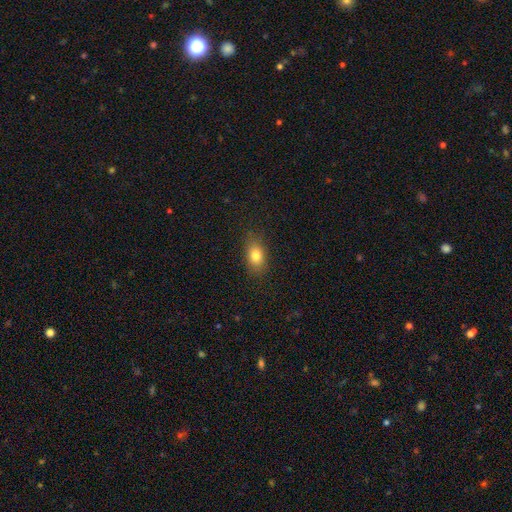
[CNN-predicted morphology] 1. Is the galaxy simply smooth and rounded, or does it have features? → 81% smooth, 10% star or artifact, 9% featured or disk.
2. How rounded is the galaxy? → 81% in between, 15% round, 4% cigar-shaped.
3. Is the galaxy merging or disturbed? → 83% none, 12% minor disturbance, 3% major disturbance, 1% merger.